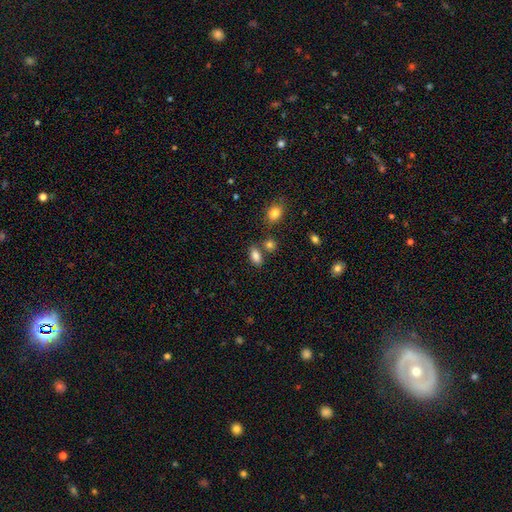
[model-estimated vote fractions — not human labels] Smooth or featured? smooth (85%)
How rounded? in between (87%)
Merging? none (70%)